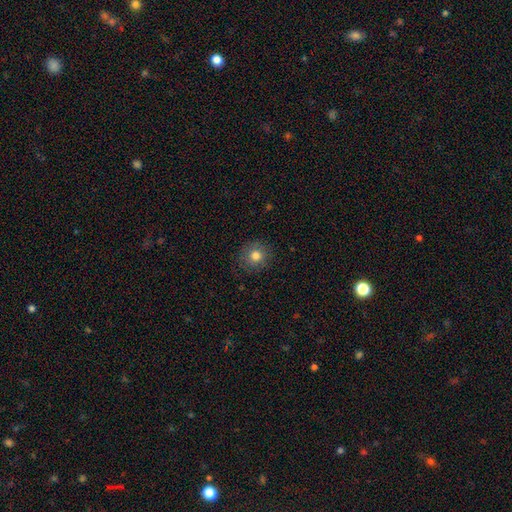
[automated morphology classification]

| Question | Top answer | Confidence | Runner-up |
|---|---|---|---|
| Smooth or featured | smooth | 78% | star or artifact (11%) |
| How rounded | round | 89% | in between (10%) |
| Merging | none | 86% | minor disturbance (10%) |